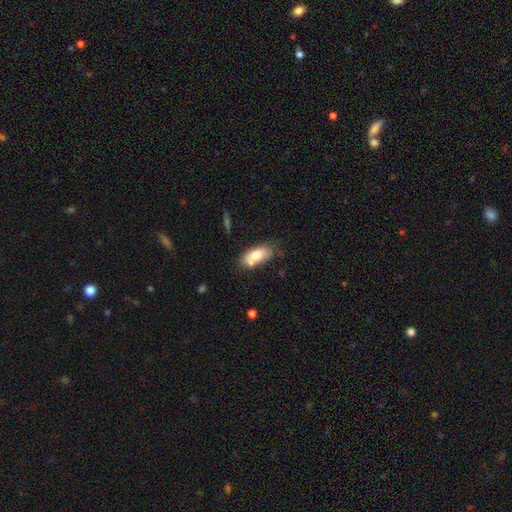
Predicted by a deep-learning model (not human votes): Overall: smooth (73%). How rounded: in between (87%). Merging: none (56%; minor disturbance 22%).